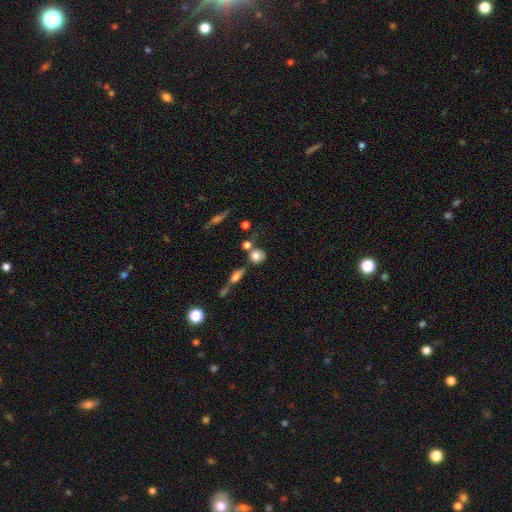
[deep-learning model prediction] Smooth or featured? Predicted: smooth (p=0.78). How rounded? Predicted: round (p=0.74). Merging? Predicted: none (p=0.54).